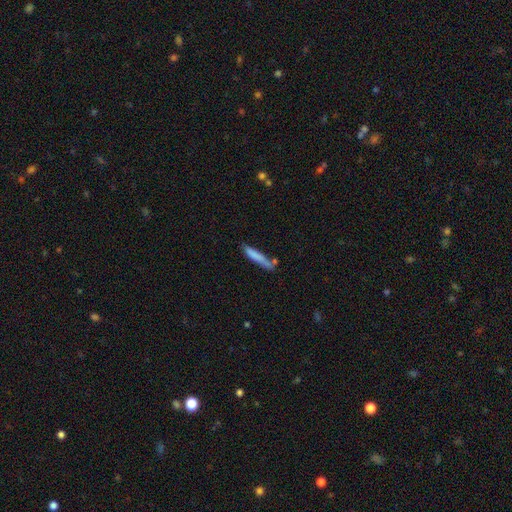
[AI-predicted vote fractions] Smooth or featured? Predicted: smooth (p=0.75). How rounded? Predicted: cigar-shaped (p=0.91). Merging? Predicted: none (p=0.63).